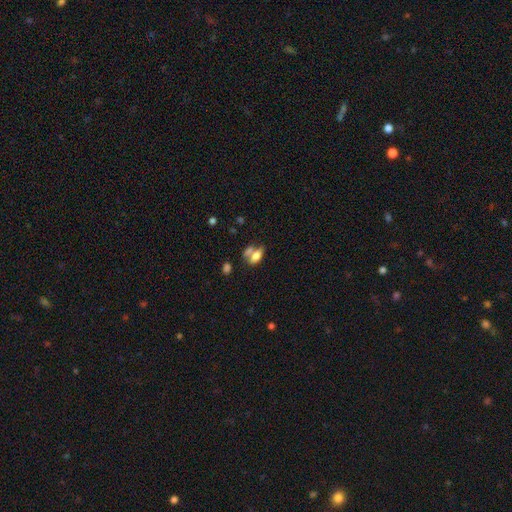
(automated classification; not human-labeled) Smooth or featured? smooth (71%)
How rounded? in between (83%)
Merging? merger (40%)